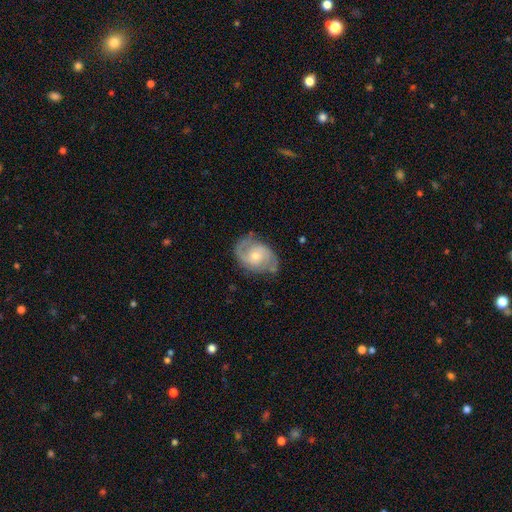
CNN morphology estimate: Overall: featured or disk (77%). Edge-on disk: no (97%). Bar: no (60%; weak 34%). Spiral arms: yes (93%). Spiral arm count: 2 (86%). Spiral winding: medium (52%; tight 25%). Bulge size: moderate (48%; small 46%). Merging: none (71%).